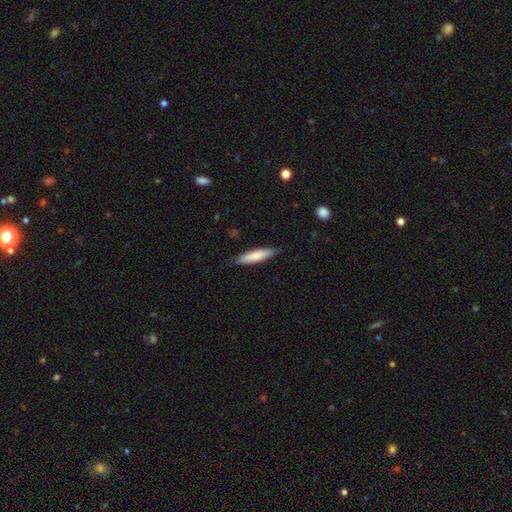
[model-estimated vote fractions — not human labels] Morphology: type=smooth (79%); roundness=cigar-shaped (75%); merging=none (86%).